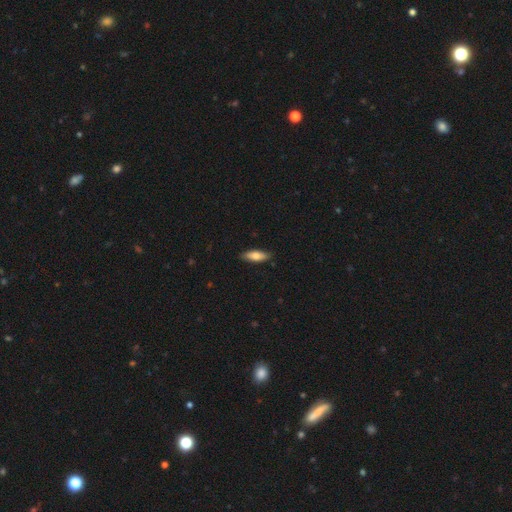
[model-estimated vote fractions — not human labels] A smooth galaxy with no disk features (75%) that is in between round and cigar-shaped (60%). Merging: none (87%).